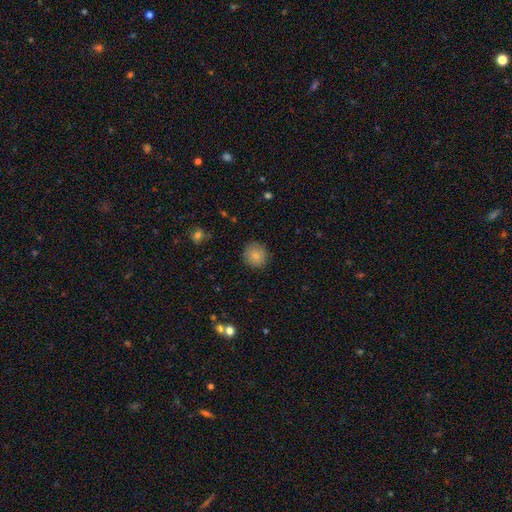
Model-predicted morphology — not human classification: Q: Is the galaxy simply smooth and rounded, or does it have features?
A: smooth — 86%.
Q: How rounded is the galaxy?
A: round — 90%.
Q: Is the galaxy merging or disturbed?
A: none — 89%.